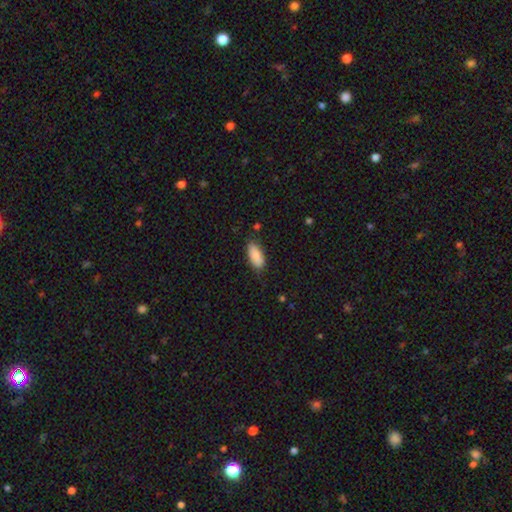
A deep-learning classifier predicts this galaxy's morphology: Overall: smooth (86%). How rounded: in between (87%). Merging: none (76%).